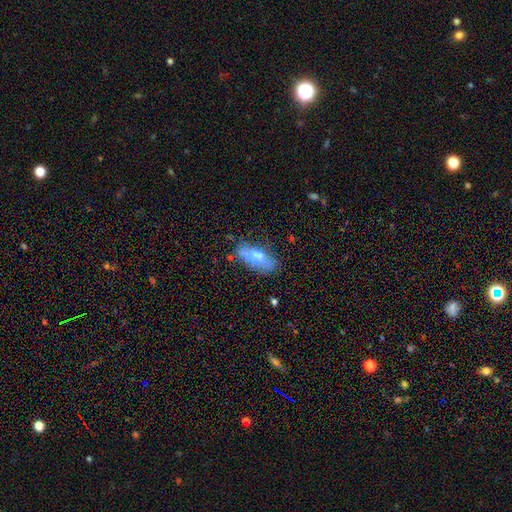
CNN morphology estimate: Smooth or featured? Predicted: smooth (p=0.55). How rounded? Predicted: in between (p=0.81). Merging? Predicted: none (p=0.54).